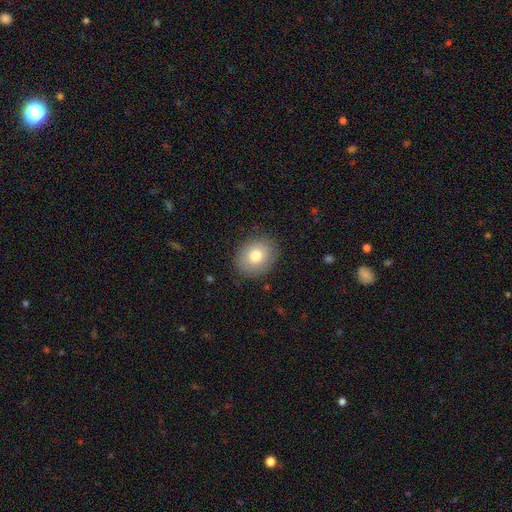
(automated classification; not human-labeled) Overall: smooth (78%). How rounded: round (57%; in between 42%). Merging: none (85%).